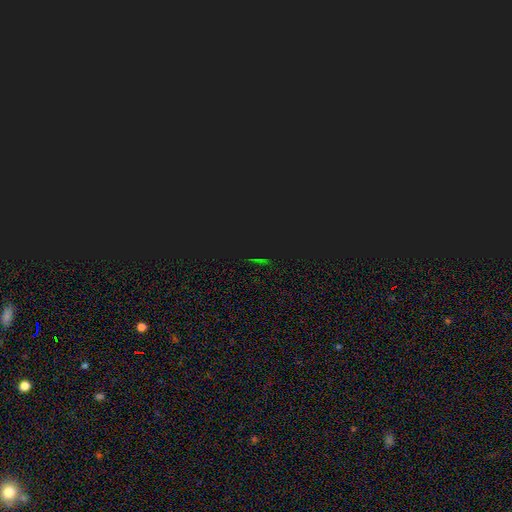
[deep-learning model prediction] A star or artifact, not a galaxy (77%).